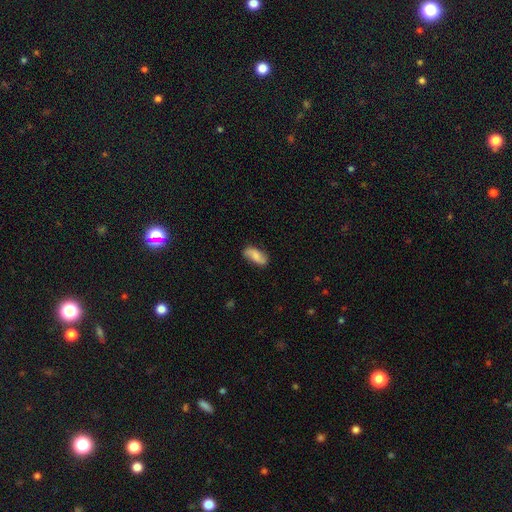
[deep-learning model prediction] Overall: smooth (61%; featured or disk 32%). How rounded: in between (85%). Merging: none (78%).